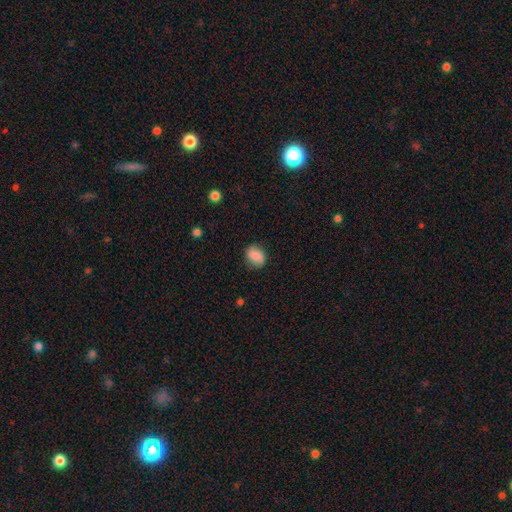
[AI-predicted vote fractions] Smooth or featured? Predicted: smooth (p=0.85). How rounded? Predicted: in between (p=0.58). Merging? Predicted: none (p=0.82).